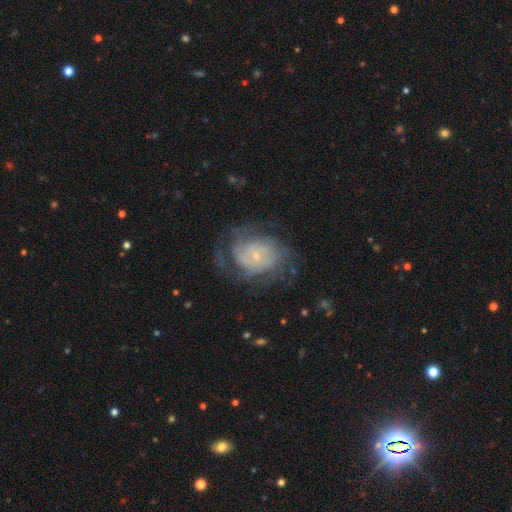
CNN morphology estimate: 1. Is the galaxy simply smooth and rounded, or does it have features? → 77% featured or disk, 15% smooth, 7% star or artifact.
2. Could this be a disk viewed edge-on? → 98% no, 2% yes.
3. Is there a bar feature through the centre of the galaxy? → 74% no, 22% weak, 4% strong.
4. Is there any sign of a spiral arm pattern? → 89% yes, 11% no.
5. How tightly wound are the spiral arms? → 51% tight, 35% medium, 14% loose.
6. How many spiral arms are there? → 40% can't tell, 19% 2, 17% 3, 11% 4, 6% 1, 6% more than 4.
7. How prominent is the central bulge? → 79% small, 13% moderate, 4% none, 2% large, 1% dominant.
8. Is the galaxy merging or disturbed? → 59% none, 20% major disturbance, 19% minor disturbance, 2% merger.